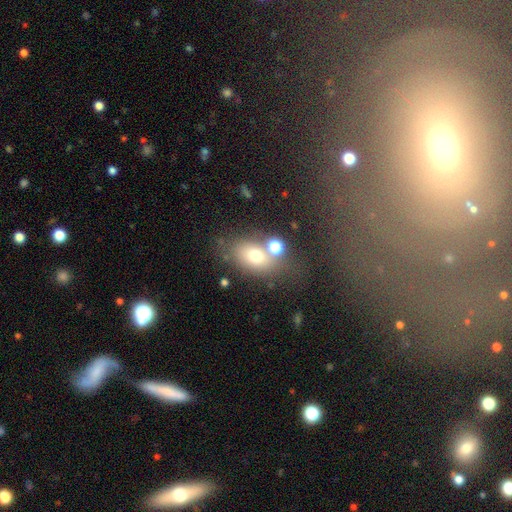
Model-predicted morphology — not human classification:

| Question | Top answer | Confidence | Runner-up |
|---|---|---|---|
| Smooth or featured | smooth | 68% | featured or disk (18%) |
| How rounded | in between | 74% | round (23%) |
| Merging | none | 54% | merger (20%) |